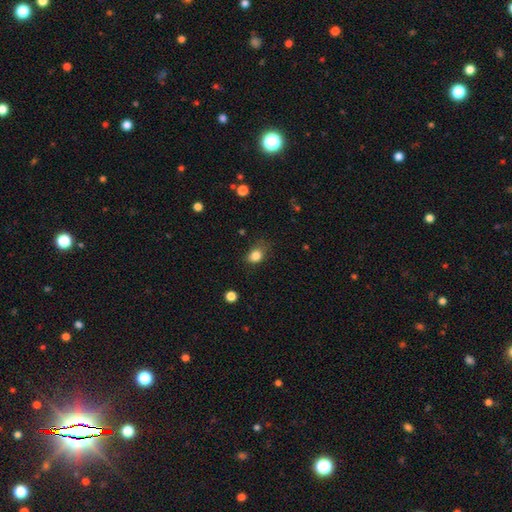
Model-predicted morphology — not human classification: Smooth or featured?
  - smooth: 84% *
  - star or artifact: 10%
  - featured or disk: 6%
How rounded?
  - in between: 56% *
  - round: 42%
  - cigar-shaped: 1%
Merging?
  - none: 63% *
  - minor disturbance: 27%
  - major disturbance: 9%
  - merger: 2%